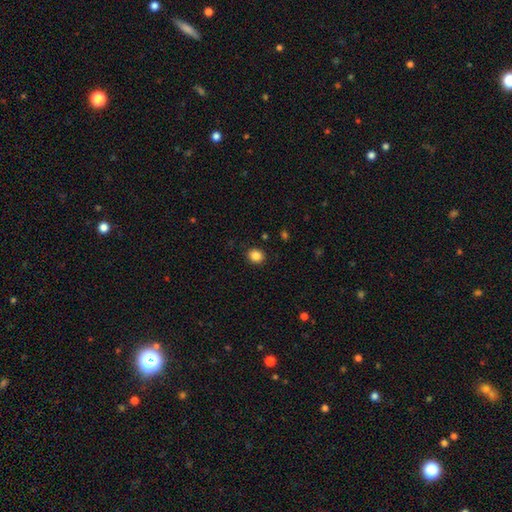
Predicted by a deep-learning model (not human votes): Smooth or featured? smooth (86%)
How rounded? round (72%)
Merging? none (90%)